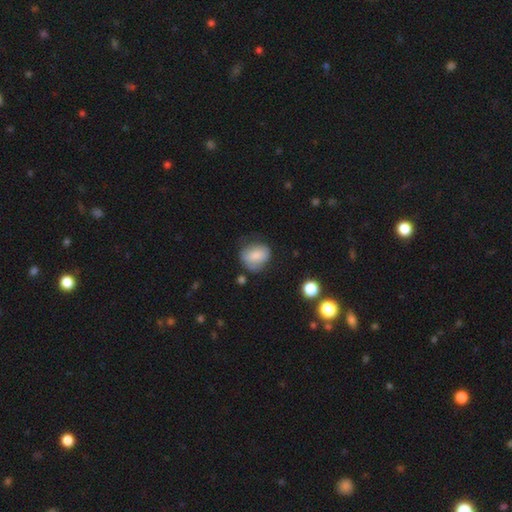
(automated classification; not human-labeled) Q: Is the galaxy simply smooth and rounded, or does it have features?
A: smooth — 77%.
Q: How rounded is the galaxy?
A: round — 51%.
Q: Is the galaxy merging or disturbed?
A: none — 53%.